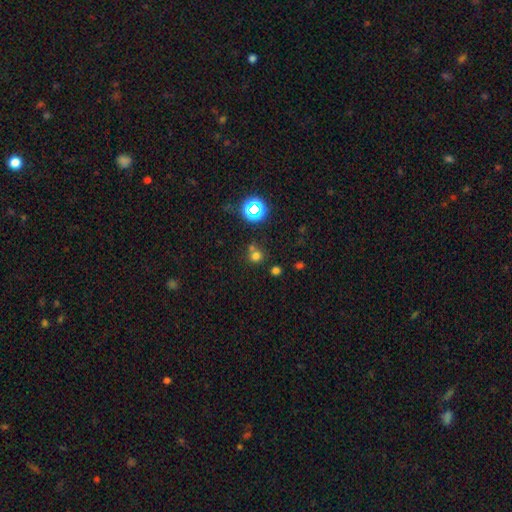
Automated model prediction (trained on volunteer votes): Smooth or featured?
  - smooth: 65% *
  - star or artifact: 27%
  - featured or disk: 8%
How rounded?
  - round: 88% *
  - in between: 11%
  - cigar-shaped: 1%
Merging?
  - none: 61% *
  - merger: 28%
  - minor disturbance: 8%
  - major disturbance: 3%